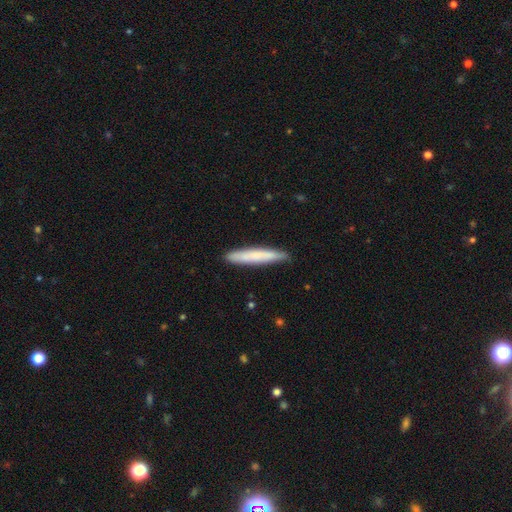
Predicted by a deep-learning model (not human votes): smooth_or_featured: smooth (p=0.70) [alt: featured or disk p=0.24]
how_rounded: cigar-shaped (p=0.94) [alt: in between p=0.04]
merging: none (p=0.88) [alt: minor disturbance p=0.10]